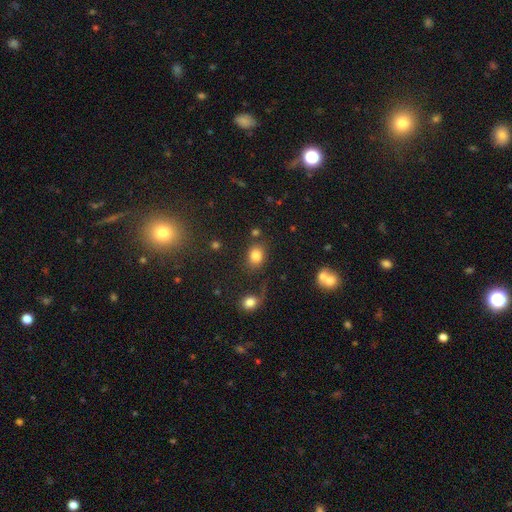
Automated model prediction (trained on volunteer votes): Q: Smooth or featured?
A: smooth (81%); runner-up: star or artifact (12%)
Q: How rounded?
A: in between (53%); runner-up: round (45%)
Q: Merging?
A: none (73%); runner-up: minor disturbance (14%)